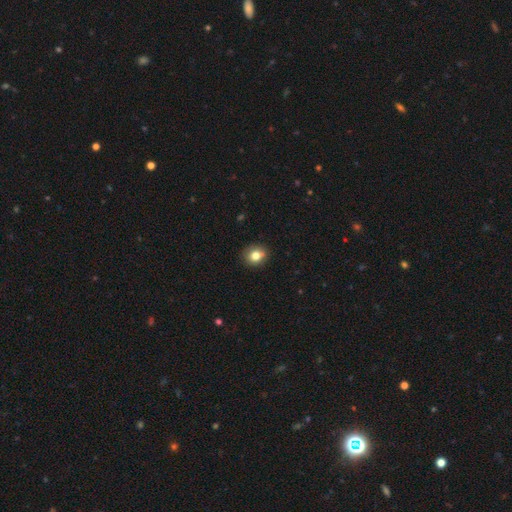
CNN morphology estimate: smooth-or-featured: smooth: 80% | star or artifact: 10% | featured or disk: 10%
  how-rounded: round: 66% | in between: 33% | cigar-shaped: 1%
  merging: none: 85% | minor disturbance: 11% | major disturbance: 2% | merger: 1%